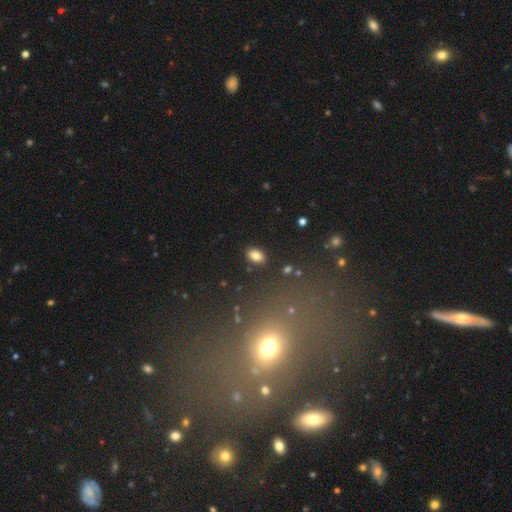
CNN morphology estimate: Smooth or featured?
  - smooth: 82% *
  - star or artifact: 11%
  - featured or disk: 7%
How rounded?
  - in between: 88% *
  - round: 10%
  - cigar-shaped: 2%
Merging?
  - none: 88% *
  - minor disturbance: 8%
  - major disturbance: 2%
  - merger: 2%